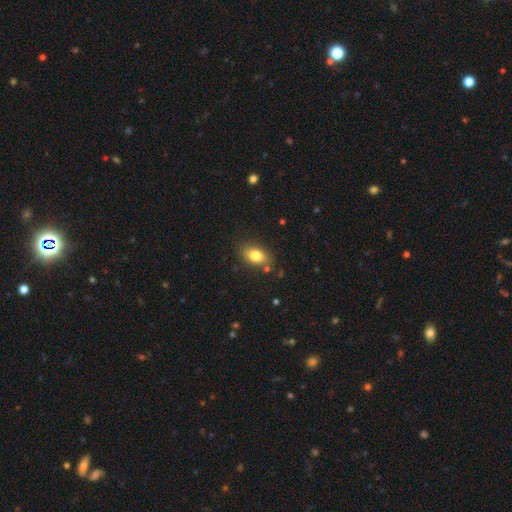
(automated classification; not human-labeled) This is clearly a smooth galaxy (81%). How rounded: clearly in between (86%). Merging: clearly none (82%).